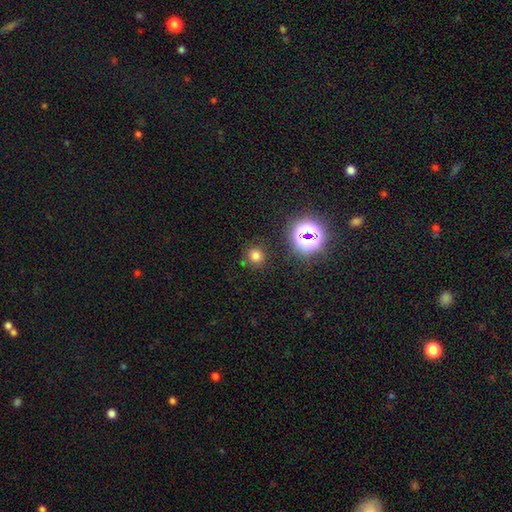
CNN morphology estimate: Overall: smooth (72%). How rounded: round (90%). Merging: none (86%).